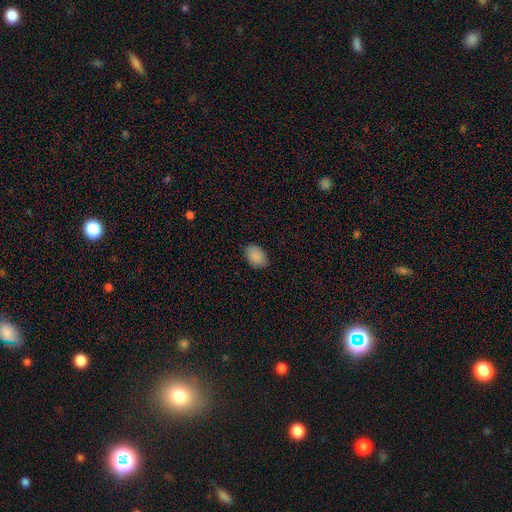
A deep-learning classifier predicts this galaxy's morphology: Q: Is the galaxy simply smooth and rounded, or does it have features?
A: smooth — 89%.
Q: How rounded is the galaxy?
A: in between — 88%.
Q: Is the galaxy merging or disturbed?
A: none — 84%.